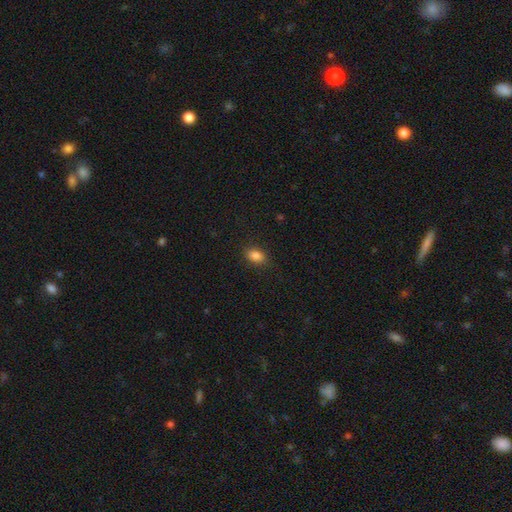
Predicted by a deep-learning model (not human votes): smooth_or_featured: smooth (p=0.85) [alt: star or artifact p=0.10]
how_rounded: in between (p=0.79) [alt: round p=0.18]
merging: none (p=0.85) [alt: minor disturbance p=0.11]